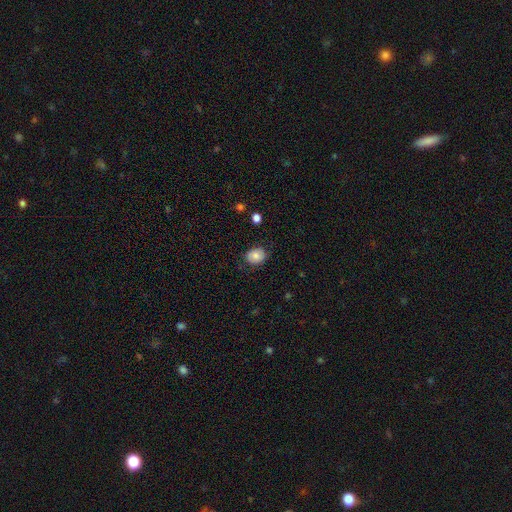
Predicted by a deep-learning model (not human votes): smooth_or_featured: smooth (p=0.78) [alt: featured or disk p=0.14]
how_rounded: round (p=0.54) [alt: in between p=0.46]
merging: none (p=0.79) [alt: minor disturbance p=0.16]